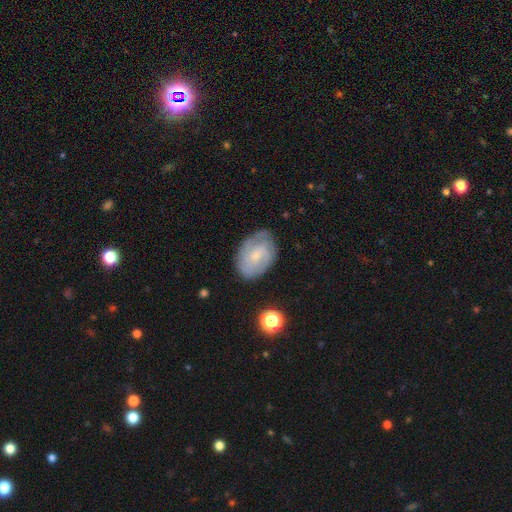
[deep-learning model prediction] Smooth or featured? Predicted: featured or disk (p=0.60). Edge-on disk? Predicted: no (p=0.97). Bar? Predicted: no (p=0.49). Spiral arms? Predicted: yes (p=0.86). Spiral winding? Predicted: tight (p=0.48). Spiral arm count? Predicted: 2 (p=0.47). Bulge size? Predicted: small (p=0.64). Merging? Predicted: none (p=0.69).